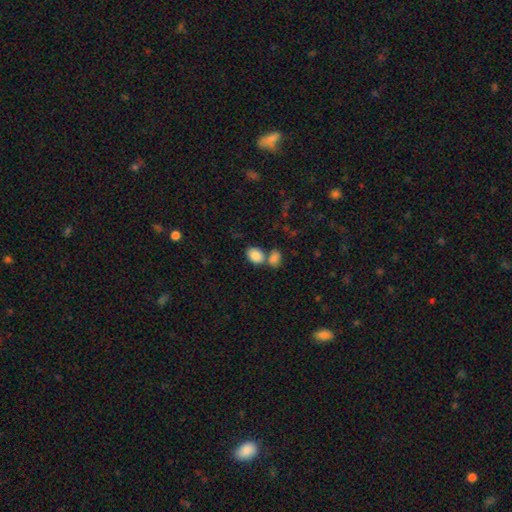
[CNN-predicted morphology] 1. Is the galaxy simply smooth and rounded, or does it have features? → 86% smooth, 8% star or artifact, 6% featured or disk.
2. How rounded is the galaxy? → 78% in between, 20% round, 1% cigar-shaped.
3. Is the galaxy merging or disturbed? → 45% none, 42% merger, 9% minor disturbance, 3% major disturbance.